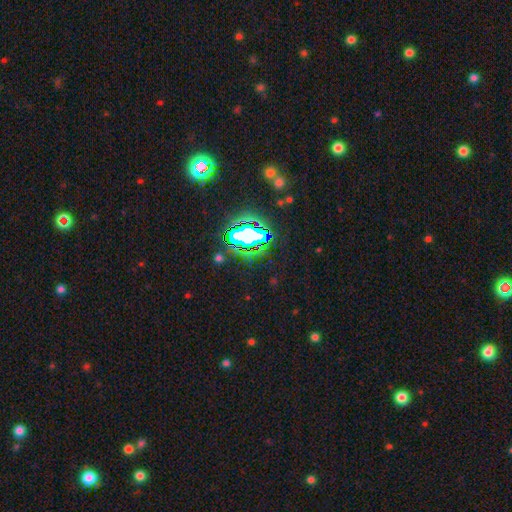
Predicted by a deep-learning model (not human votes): Smooth or featured: star or artifact — 81% (smooth — 12%)